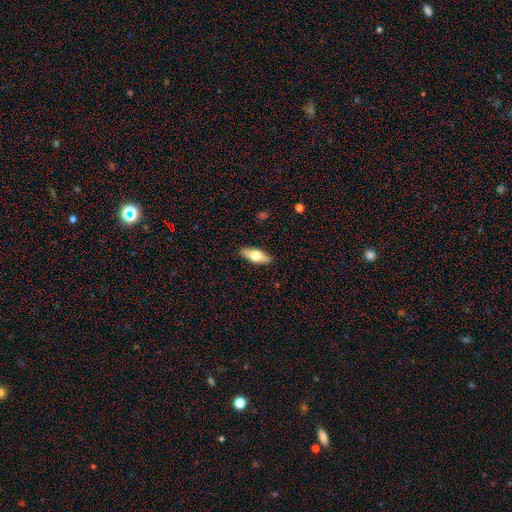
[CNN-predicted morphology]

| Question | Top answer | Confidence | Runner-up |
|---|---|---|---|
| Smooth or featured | smooth | 64% | featured or disk (30%) |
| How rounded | in between | 72% | cigar-shaped (25%) |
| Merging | none | 89% | minor disturbance (8%) |